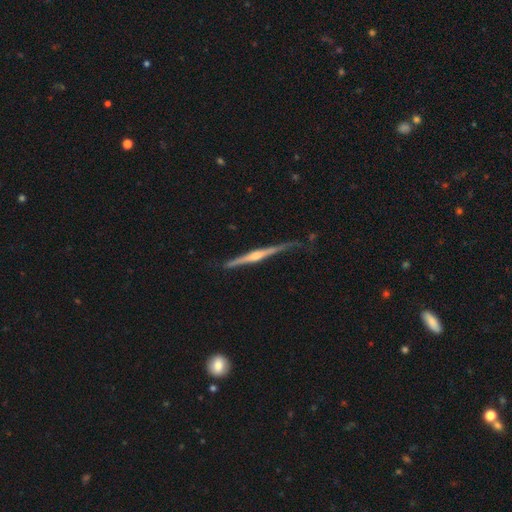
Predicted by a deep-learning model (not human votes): This is likely a featured or disk galaxy (80%). It is clearly viewed edge-on (98%). Edge-on bulge: likely rounded (78%). Merging: likely none (72%).